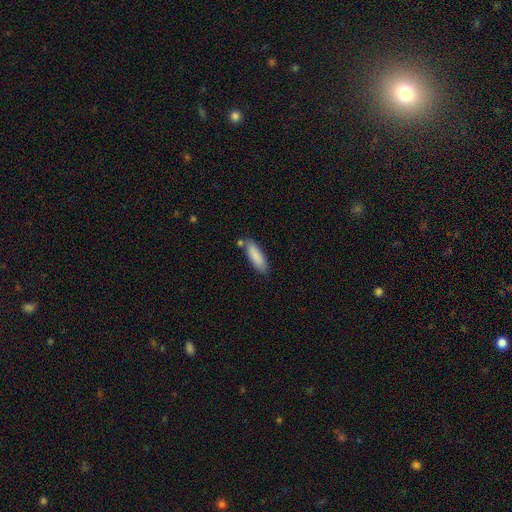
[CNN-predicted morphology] smooth 86%, featured or disk 8%, star or artifact 6%. Down the decision tree: how rounded — in between (56%); merging — none (72%).